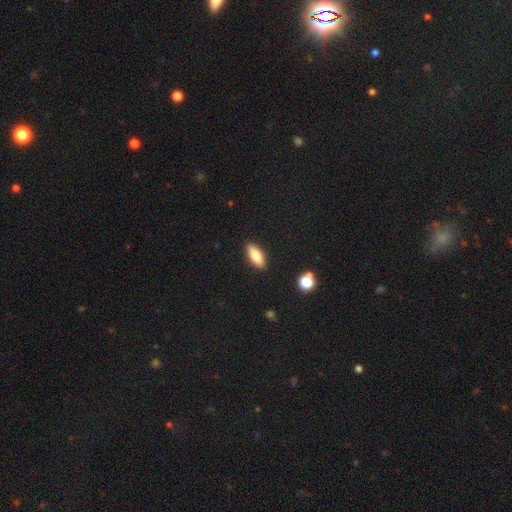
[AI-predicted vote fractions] A smooth galaxy with no disk features (78%) that is in between round and cigar-shaped (73%). Merging: none (89%).